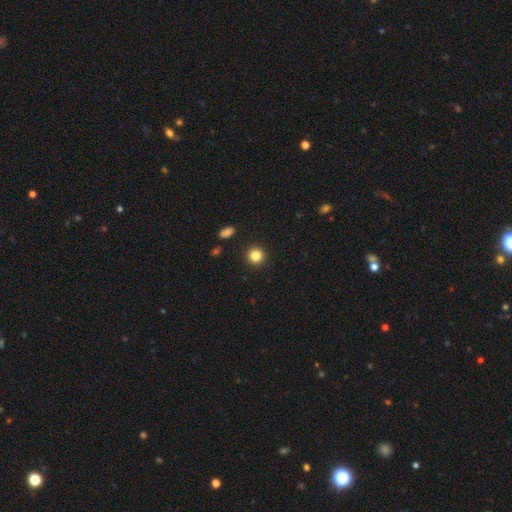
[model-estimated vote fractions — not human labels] A smooth galaxy with no disk features (85%) that is round (93%). Merging: none (92%).